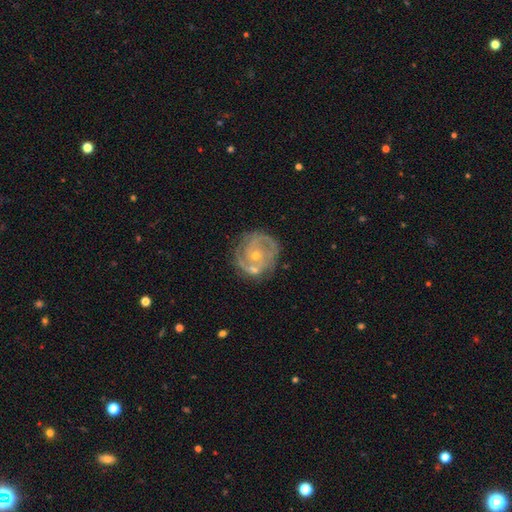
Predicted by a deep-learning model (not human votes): Smooth or featured?
  - featured or disk: 86% *
  - smooth: 8%
  - star or artifact: 6%
Edge-on disk?
  - no: 98% *
  - yes: 2%
Bar?
  - no: 70% *
  - weak: 24%
  - strong: 7%
Spiral arms?
  - yes: 94% *
  - no: 6%
Spiral winding?
  - tight: 61% *
  - medium: 32%
  - loose: 7%
Spiral arm count?
  - 2: 51% *
  - 3: 19%
  - can't tell: 17%
  - 1: 5%
  - 4: 4%
  - more than 4: 4%
Bulge size?
  - small: 64% *
  - moderate: 33%
  - none: 1%
  - large: 1%
  - dominant: 1%
Merging?
  - none: 69% *
  - minor disturbance: 17%
  - merger: 8%
  - major disturbance: 6%